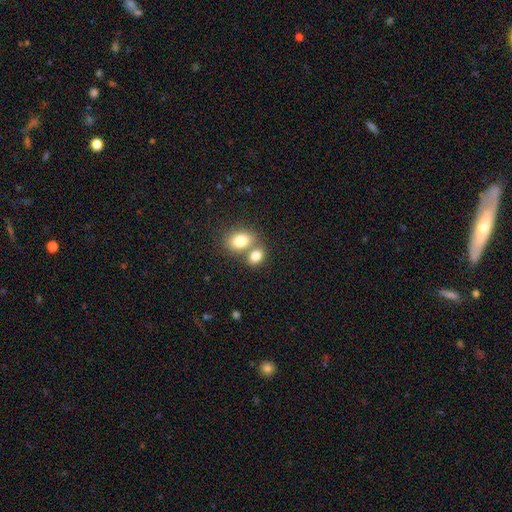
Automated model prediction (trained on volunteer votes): smooth 80%, featured or disk 11%, star or artifact 9%. Down the decision tree: how rounded — in between (69%); merging — merger (54%).